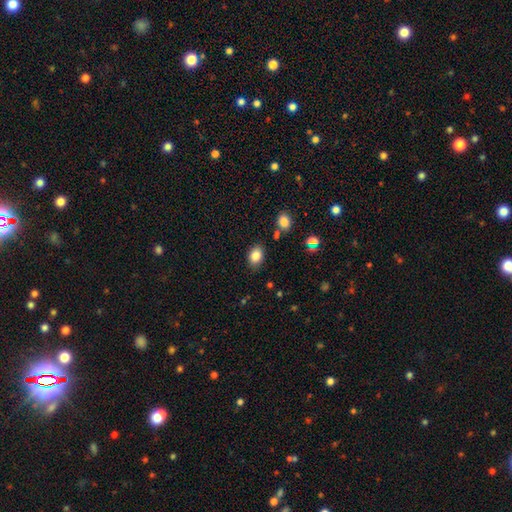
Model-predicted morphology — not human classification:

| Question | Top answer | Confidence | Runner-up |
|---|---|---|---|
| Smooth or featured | smooth | 84% | star or artifact (10%) |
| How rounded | in between | 73% | round (26%) |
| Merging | none | 82% | minor disturbance (12%) |